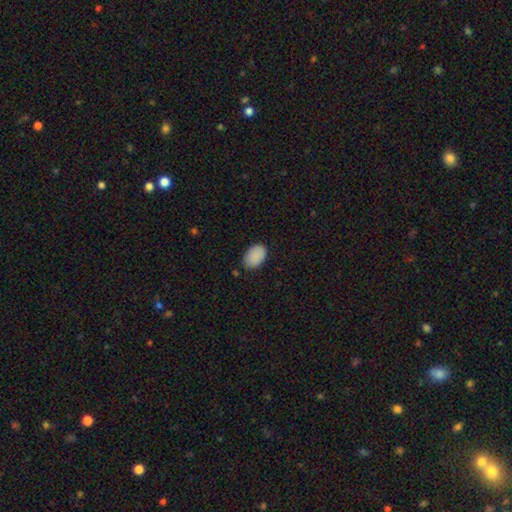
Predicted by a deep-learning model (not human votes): Morphology: type=smooth (89%); roundness=in between (89%); merging=none (78%).